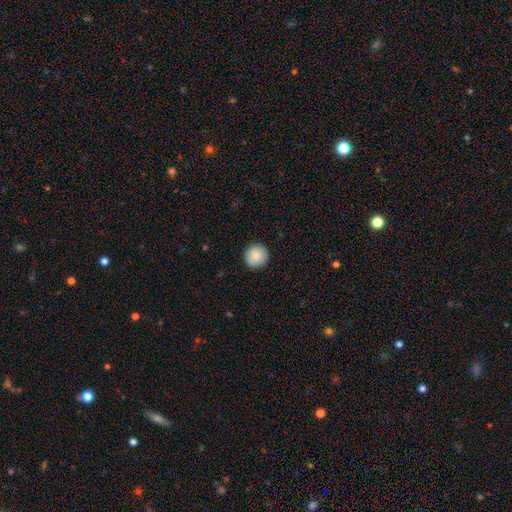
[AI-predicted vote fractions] A smooth galaxy with no disk features (89%) that is round (94%). Merging: none (92%).